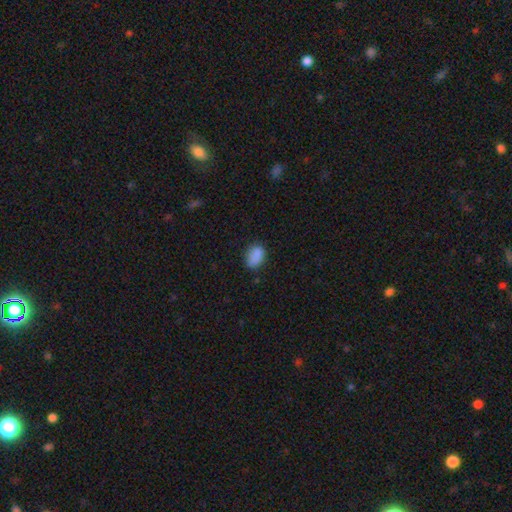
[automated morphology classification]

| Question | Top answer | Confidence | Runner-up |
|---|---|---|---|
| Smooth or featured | smooth | 86% | star or artifact (9%) |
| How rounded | in between | 85% | round (14%) |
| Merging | none | 73% | minor disturbance (21%) |